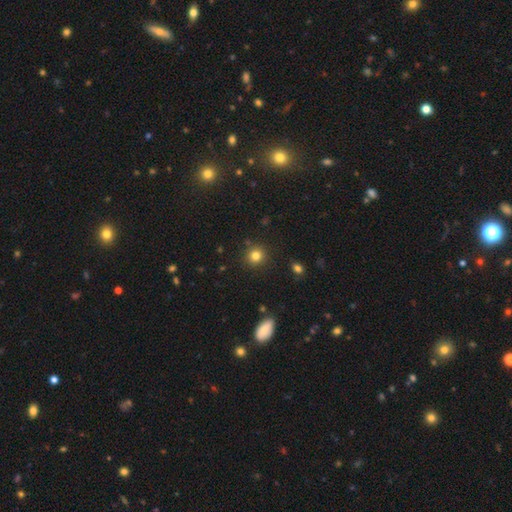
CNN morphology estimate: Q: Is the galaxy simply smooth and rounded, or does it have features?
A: smooth — 81%.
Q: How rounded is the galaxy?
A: round — 90%.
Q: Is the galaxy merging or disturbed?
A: none — 89%.